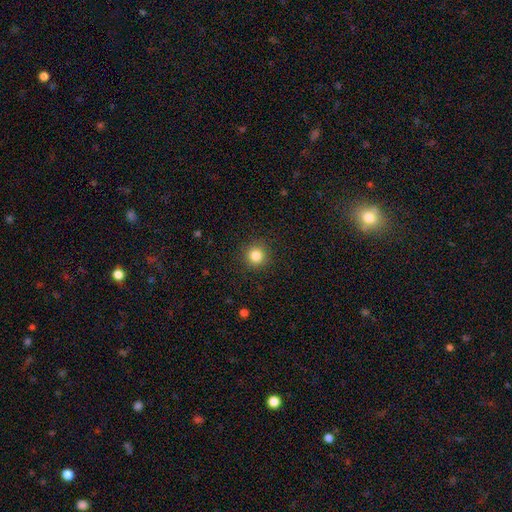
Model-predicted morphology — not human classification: This is clearly a smooth galaxy (84%). How rounded: clearly round (94%). Merging: clearly none (91%).